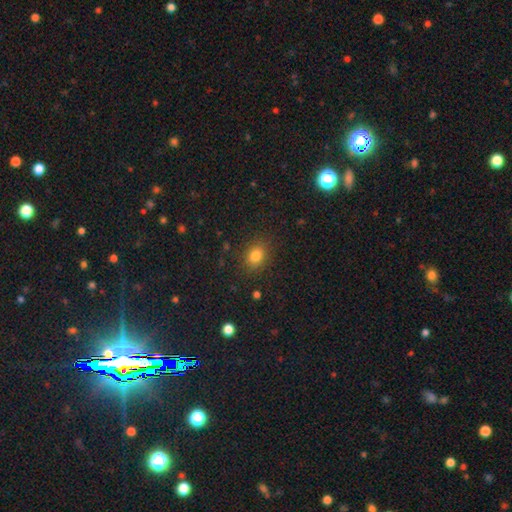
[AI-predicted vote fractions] A smooth galaxy with no disk features (81%) that is in between round and cigar-shaped (54%). Merging: none (86%).